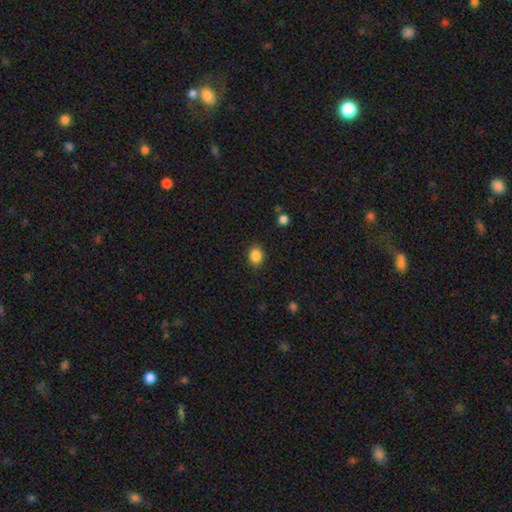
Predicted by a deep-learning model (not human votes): smooth 86%, star or artifact 10%, featured or disk 4%. Down the decision tree: how rounded — round (55%); merging — none (87%).